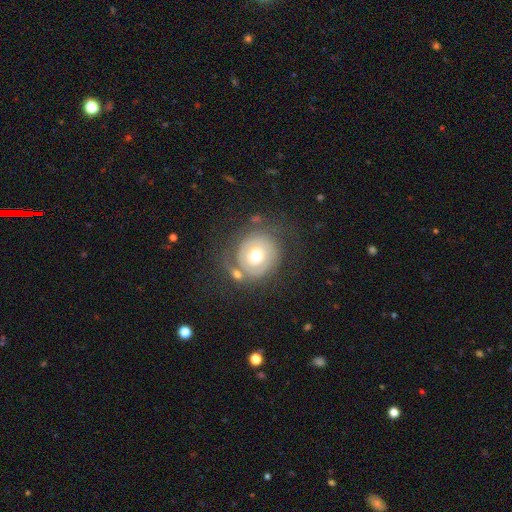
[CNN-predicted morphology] Overall: featured or disk (60%; smooth 32%). Edge-on disk: no (97%). Bar: no (84%). Spiral arms: yes (59%; no 41%). Bulge size: moderate (71%). Merging: none (60%).